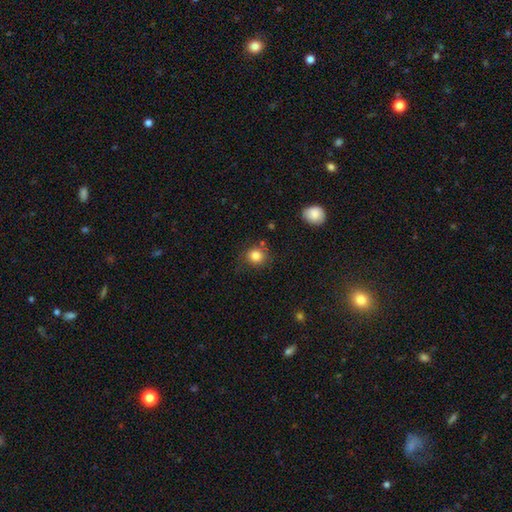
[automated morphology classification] This is clearly a smooth galaxy (83%). How rounded: clearly round (85%). Merging: likely none (78%).